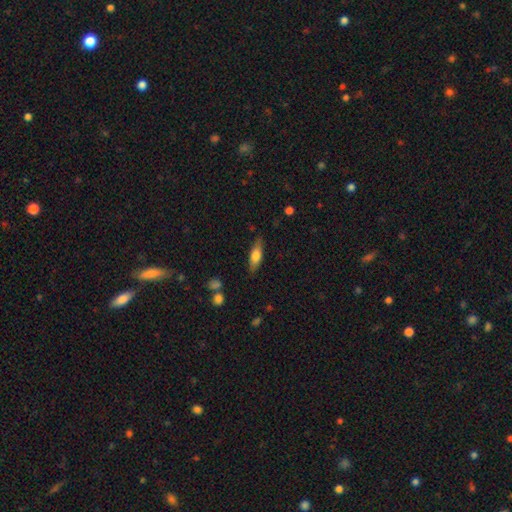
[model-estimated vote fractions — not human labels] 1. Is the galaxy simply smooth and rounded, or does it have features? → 63% smooth, 30% featured or disk, 6% star or artifact.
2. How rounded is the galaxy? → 57% in between, 40% cigar-shaped, 3% round.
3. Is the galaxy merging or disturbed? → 81% none, 14% minor disturbance, 3% major disturbance, 2% merger.